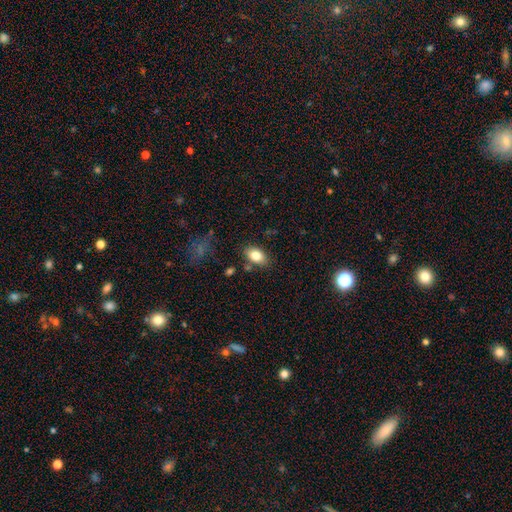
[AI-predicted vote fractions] smooth_or_featured: smooth (p=0.81) [alt: featured or disk p=0.11]
how_rounded: in between (p=0.89) [alt: round p=0.09]
merging: none (p=0.80) [alt: minor disturbance p=0.13]